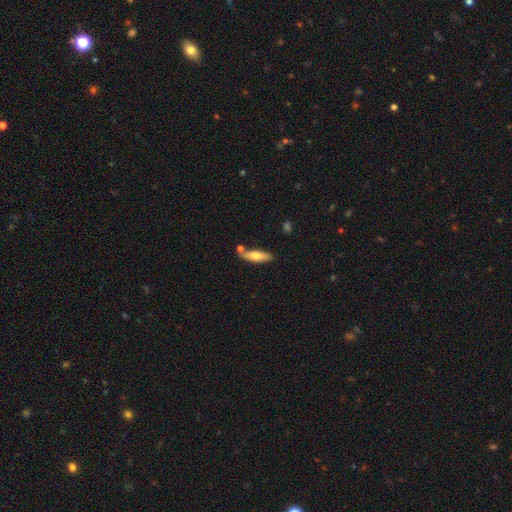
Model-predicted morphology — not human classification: smooth 62%, featured or disk 32%, star or artifact 6%. Down the decision tree: how rounded — cigar-shaped (58%); merging — none (74%).